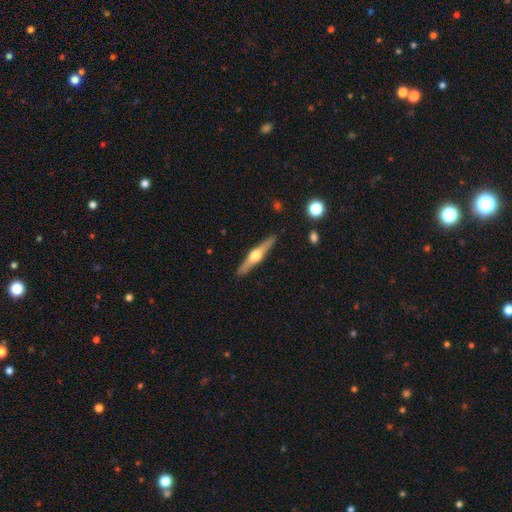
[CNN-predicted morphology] This appears to be a featured or disk galaxy (70%) viewed edge-on (97%) with a rounded central bulge (94%). Merging: none (90%).